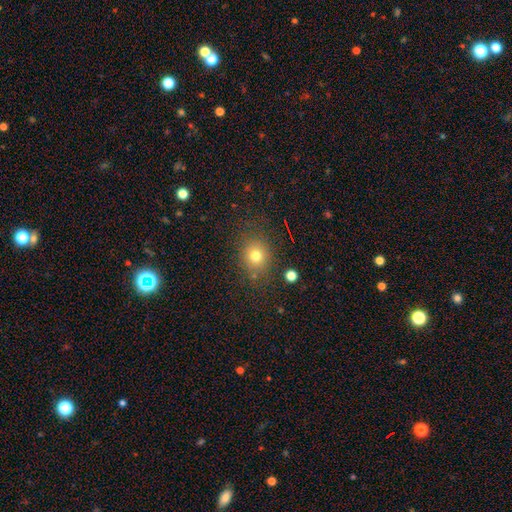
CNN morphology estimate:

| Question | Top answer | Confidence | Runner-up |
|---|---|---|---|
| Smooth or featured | smooth | 74% | star or artifact (16%) |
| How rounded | round | 74% | in between (25%) |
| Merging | none | 80% | minor disturbance (12%) |